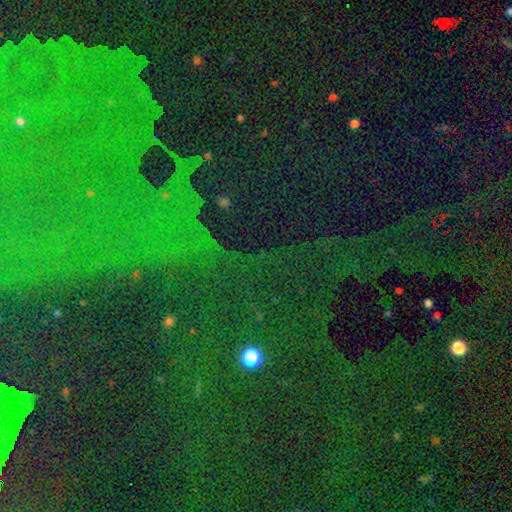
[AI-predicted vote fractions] Smooth or featured: star or artifact — 83% (smooth — 9%)